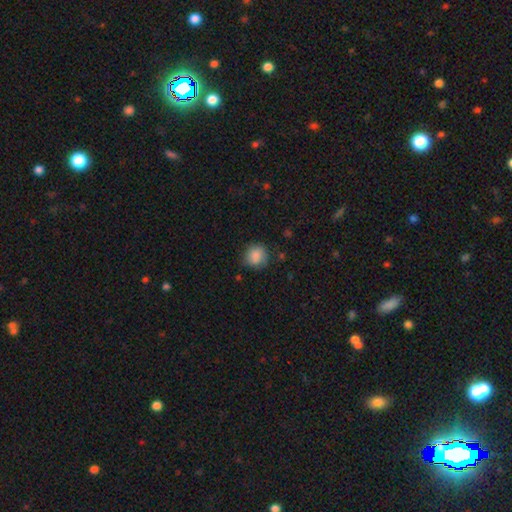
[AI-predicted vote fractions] Smooth or featured: smooth — 84% (star or artifact — 8%)
How rounded: round — 80% (in between — 19%)
Merging: none — 74% (minor disturbance — 19%)